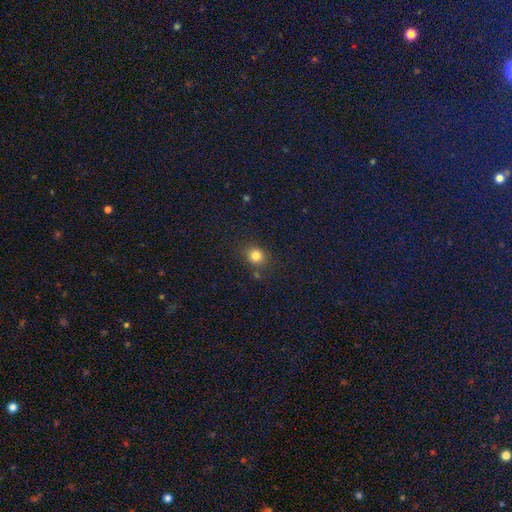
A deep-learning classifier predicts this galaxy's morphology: A smooth galaxy with no disk features (82%) that is round (79%).

Vote fractions:
- Smooth or featured? smooth: 82% / star or artifact: 13% / featured or disk: 5%
- How rounded? round: 79% / in between: 20% / cigar-shaped: 1%
- Merging? none: 80% / minor disturbance: 11% / merger: 5% / major disturbance: 4%